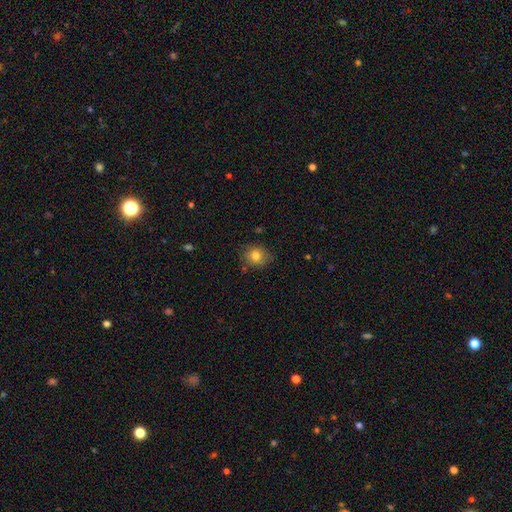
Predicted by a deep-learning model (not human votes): Smooth or featured? Predicted: smooth (p=0.80). How rounded? Predicted: round (p=0.71). Merging? Predicted: none (p=0.77).